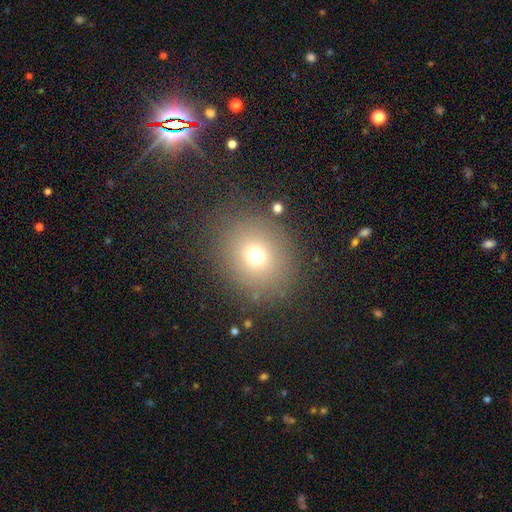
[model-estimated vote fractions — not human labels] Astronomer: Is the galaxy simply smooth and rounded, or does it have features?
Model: smooth — 69%.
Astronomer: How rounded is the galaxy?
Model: round — 78%.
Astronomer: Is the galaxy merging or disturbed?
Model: none — 82%.